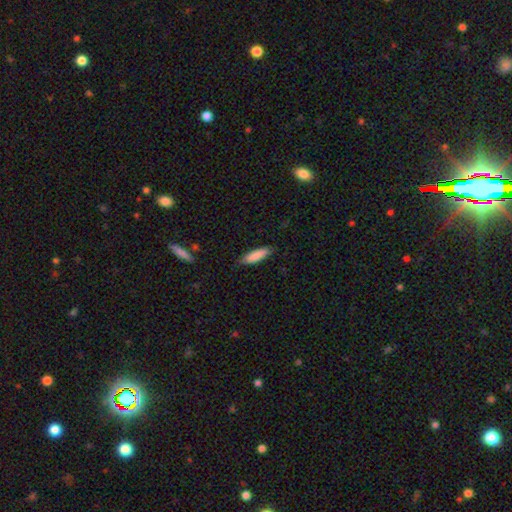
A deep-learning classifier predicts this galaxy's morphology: The model was most divided on "how rounded": cigar-shaped: 66%, in between: 33%, round: 1%. More confident: smooth or featured — smooth (85%); merging — none (84%).